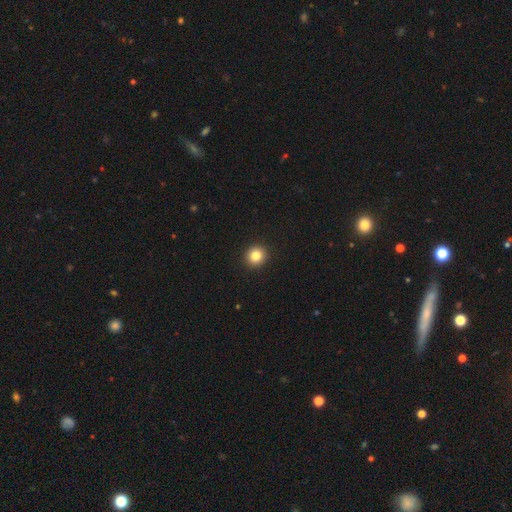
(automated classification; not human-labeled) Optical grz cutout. It shows a smooth galaxy with no disk features (84%) that is round (91%). Merging: none (93%).